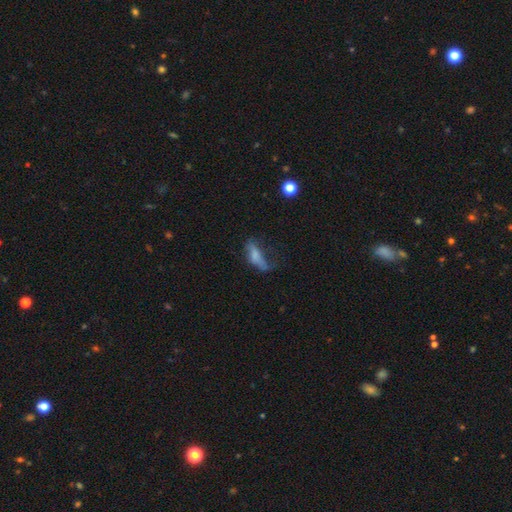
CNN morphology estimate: smooth_or_featured: smooth (p=0.60) [alt: featured or disk p=0.28]
how_rounded: in between (p=0.73) [alt: cigar-shaped p=0.24]
merging: major disturbance (p=0.40) [alt: none p=0.28]